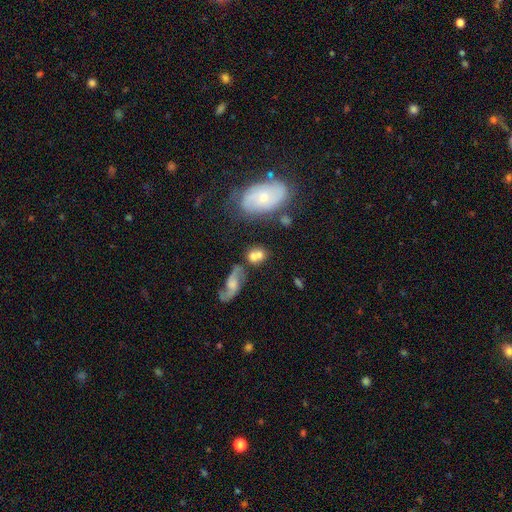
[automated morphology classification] smooth-or-featured: smooth: 61% | featured or disk: 28% | star or artifact: 11%
  how-rounded: round: 52% | in between: 45% | cigar-shaped: 3%
  merging: none: 41% | merger: 37% | minor disturbance: 15% | major disturbance: 8%